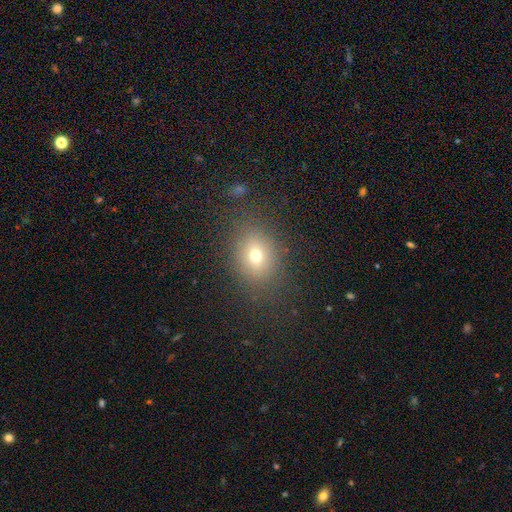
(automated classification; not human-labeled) Smooth or featured: smooth — 68% (star or artifact — 17%)
How rounded: round — 49% (tied with in between — 49%)
Merging: none — 81% (minor disturbance — 11%)